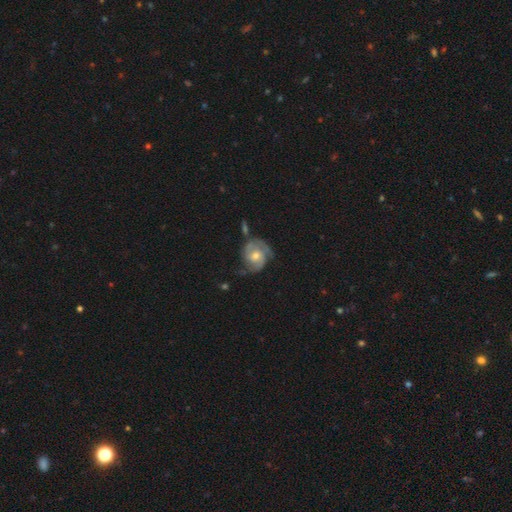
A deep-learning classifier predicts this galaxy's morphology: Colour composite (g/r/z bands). It shows a featured or disk galaxy (81%) with no bar (70%), 2 (73%) tight (49%) spiral arms (95%) and a moderate central bulge (58%). Merging: none (63%).